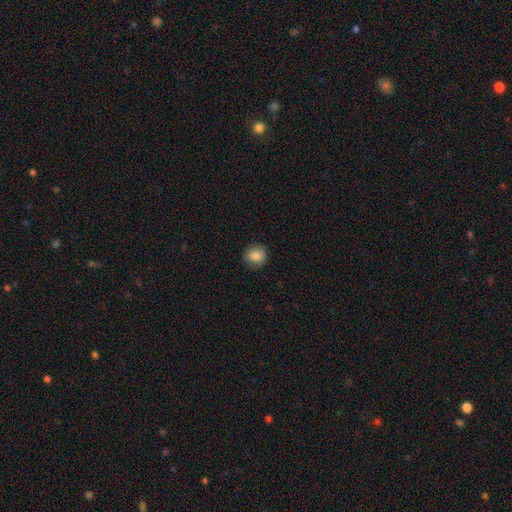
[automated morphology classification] A smooth galaxy with no disk features (84%) that is round (86%). Merging: none (87%).